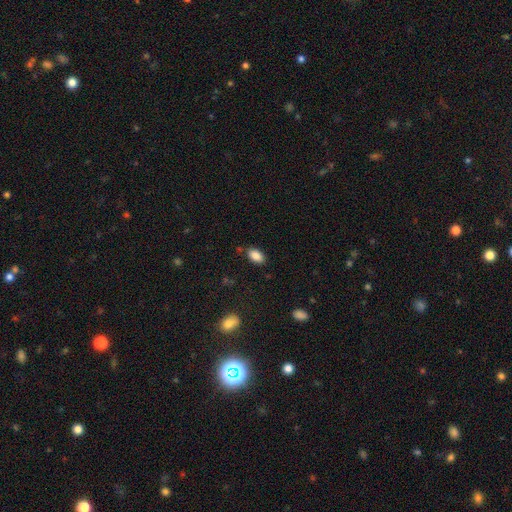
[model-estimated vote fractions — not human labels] Q: Smooth or featured?
A: smooth (86%); runner-up: star or artifact (8%)
Q: How rounded?
A: in between (91%); runner-up: round (7%)
Q: Merging?
A: none (83%); runner-up: minor disturbance (12%)